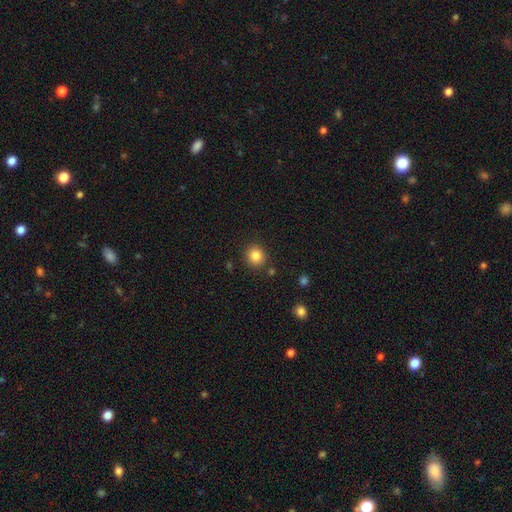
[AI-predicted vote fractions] A smooth galaxy with no disk features (84%) that is round (89%).

Vote fractions:
- Smooth or featured? smooth: 84% / star or artifact: 11% / featured or disk: 5%
- How rounded? round: 89% / in between: 10% / cigar-shaped: 1%
- Merging? none: 88% / minor disturbance: 7% / merger: 3% / major disturbance: 2%